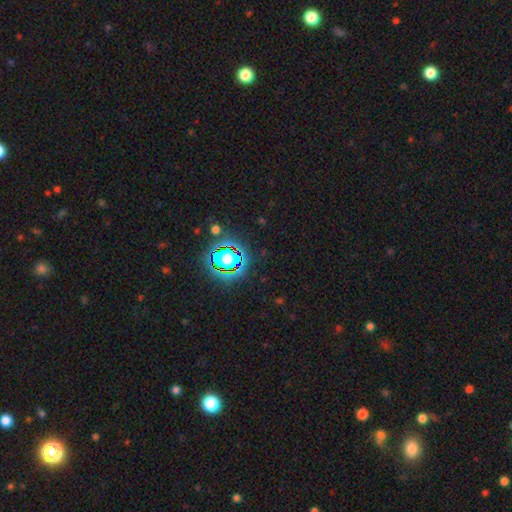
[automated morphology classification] Smooth or featured? Predicted: star or artifact (p=0.78).